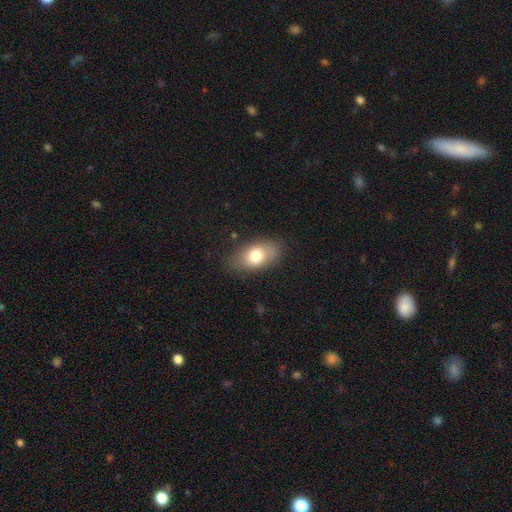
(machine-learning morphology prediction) This is likely a smooth galaxy (75%). How rounded: clearly in between (89%). Merging: likely none (79%).